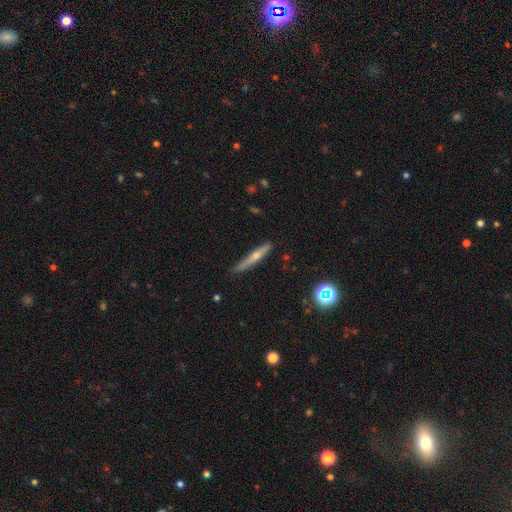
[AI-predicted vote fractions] This is possibly a featured or disk galaxy (51%). It is clearly viewed edge-on (94%). Merging: clearly none (80%).